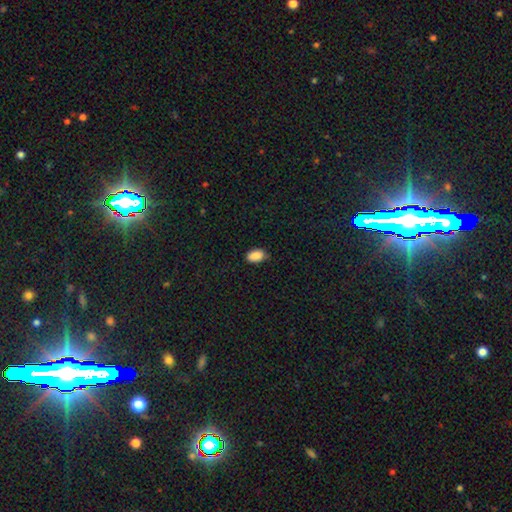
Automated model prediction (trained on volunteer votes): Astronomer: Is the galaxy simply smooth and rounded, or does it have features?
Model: smooth — 88%.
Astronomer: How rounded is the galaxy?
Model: in between — 90%.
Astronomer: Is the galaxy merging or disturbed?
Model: none — 76%.